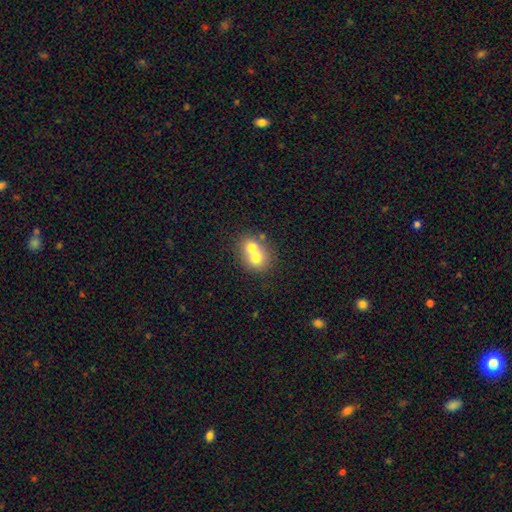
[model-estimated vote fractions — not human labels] Smooth or featured? smooth (67%)
How rounded? round (73%)
Merging? merger (68%)